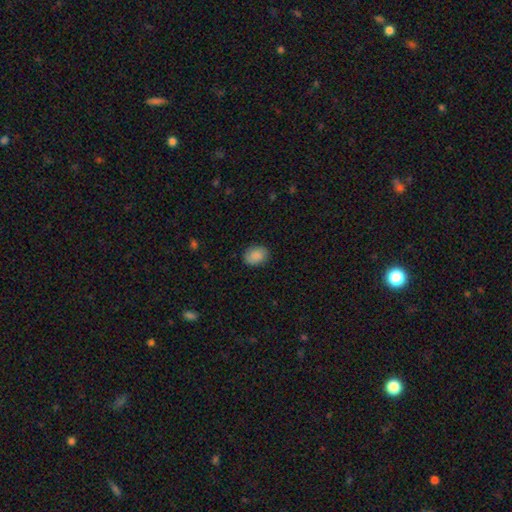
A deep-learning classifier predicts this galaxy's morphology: The model was most divided on "how rounded": in between: 64%, round: 35%, cigar-shaped: 1%. More confident: smooth or featured — smooth (88%); merging — none (86%).